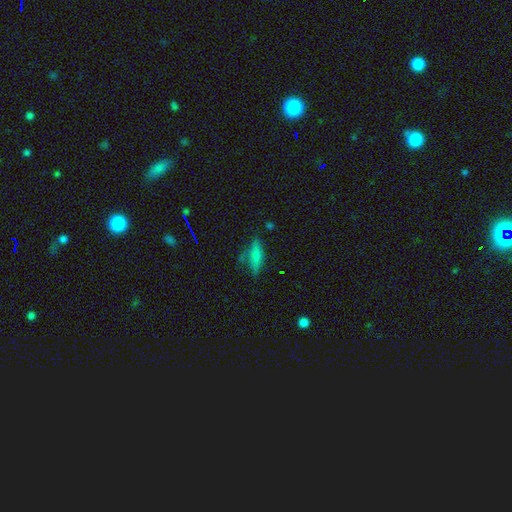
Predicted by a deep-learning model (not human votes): This is likely a smooth galaxy (70%). How rounded: possibly in between (50%). Merging: likely none (61%).